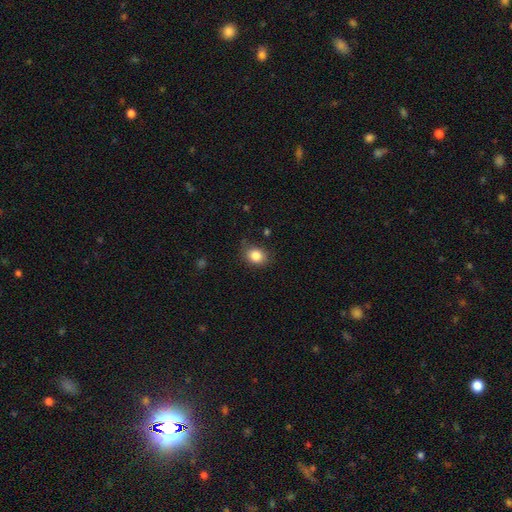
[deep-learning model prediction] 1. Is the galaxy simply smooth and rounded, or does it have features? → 85% smooth, 10% star or artifact, 5% featured or disk.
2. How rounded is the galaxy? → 50% round, 49% in between, 1% cigar-shaped.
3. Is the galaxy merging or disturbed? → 80% none, 16% minor disturbance, 4% major disturbance, 1% merger.